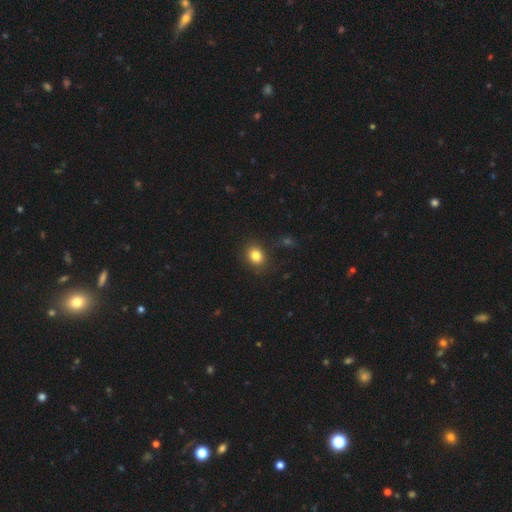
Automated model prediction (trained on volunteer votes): The model was most divided on "how rounded": round: 60%, in between: 39%, cigar-shaped: 1%. More confident: merging — none (85%); smooth or featured — smooth (83%).